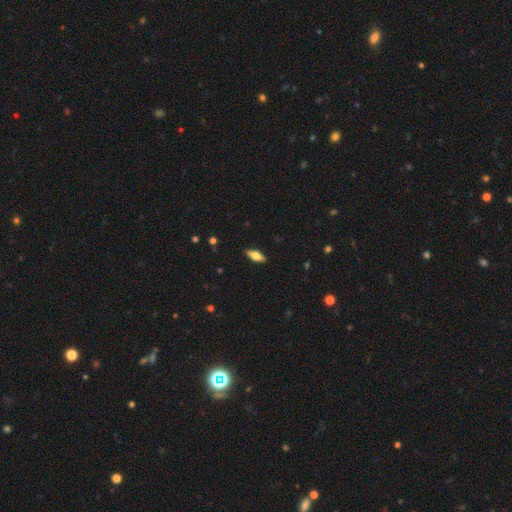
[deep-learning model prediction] Smooth or featured: smooth — 63% (featured or disk — 31%)
How rounded: in between — 74% (cigar-shaped — 23%)
Merging: none — 88% (minor disturbance — 9%)